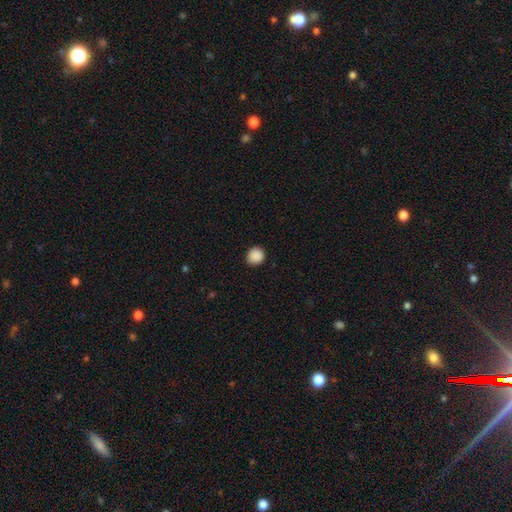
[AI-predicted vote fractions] This is clearly a smooth galaxy (89%). How rounded: clearly round (90%). Merging: clearly none (91%).